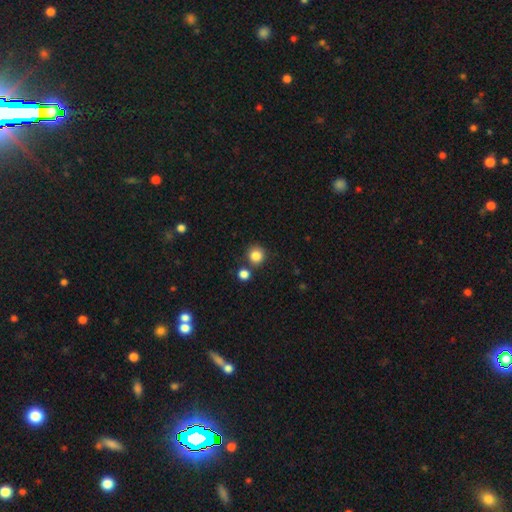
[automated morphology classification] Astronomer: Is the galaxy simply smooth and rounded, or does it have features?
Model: smooth — 85%.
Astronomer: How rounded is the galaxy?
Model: round — 91%.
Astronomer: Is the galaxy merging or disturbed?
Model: none — 76%.